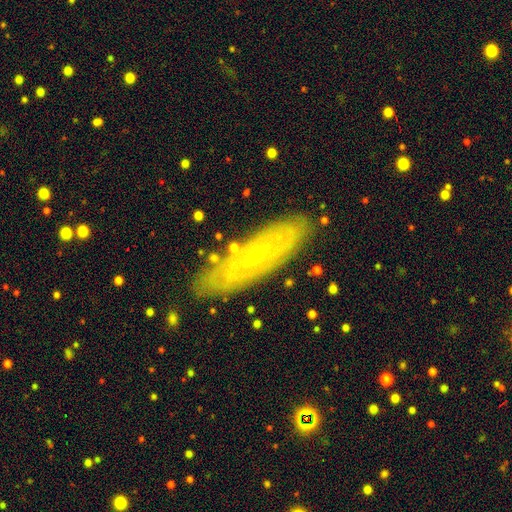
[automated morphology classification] Smooth or featured: featured or disk — 69% (smooth — 24%)
Edge-on disk: no — 73% (yes — 27%)
Bar: no — 76% (weak — 19%)
Spiral arms: yes — 61% (no — 39%)
Bulge size: small — 83% (moderate — 14%)
Merging: none — 83% (minor disturbance — 12%)